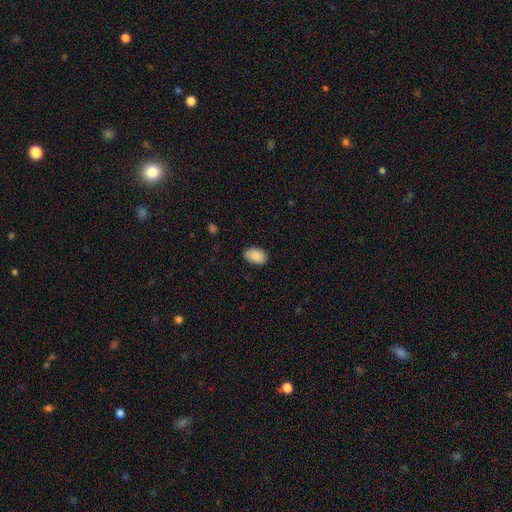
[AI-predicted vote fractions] Smooth or featured? smooth (89%)
How rounded? in between (90%)
Merging? none (84%)